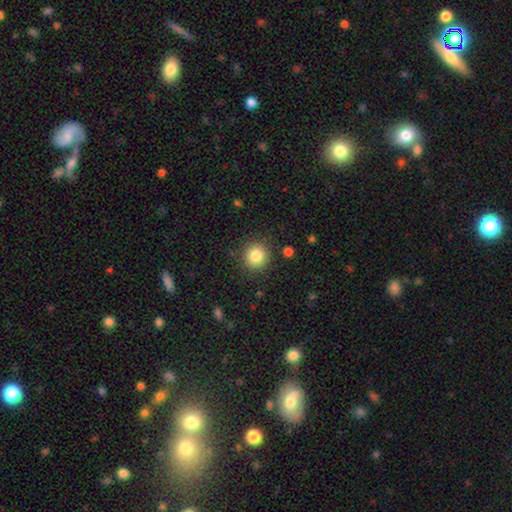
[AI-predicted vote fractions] smooth 83%, star or artifact 10%, featured or disk 6%. Down the decision tree: how rounded — round (90%); merging — none (88%).